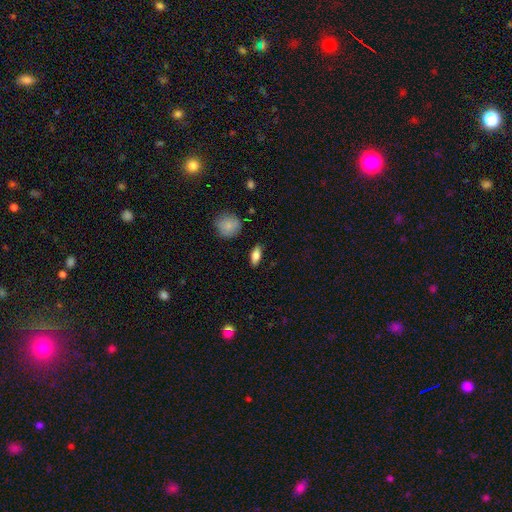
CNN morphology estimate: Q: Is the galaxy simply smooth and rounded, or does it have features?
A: smooth — 79%.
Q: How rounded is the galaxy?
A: in between — 80%.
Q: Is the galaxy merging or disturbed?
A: none — 86%.